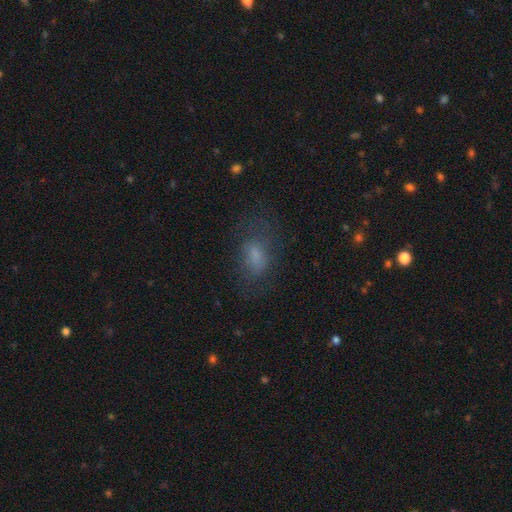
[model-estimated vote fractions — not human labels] smooth_or_featured: smooth (p=0.64) [alt: featured or disk p=0.21]
how_rounded: in between (p=0.82) [alt: round p=0.15]
merging: none (p=0.56) [alt: minor disturbance p=0.22]